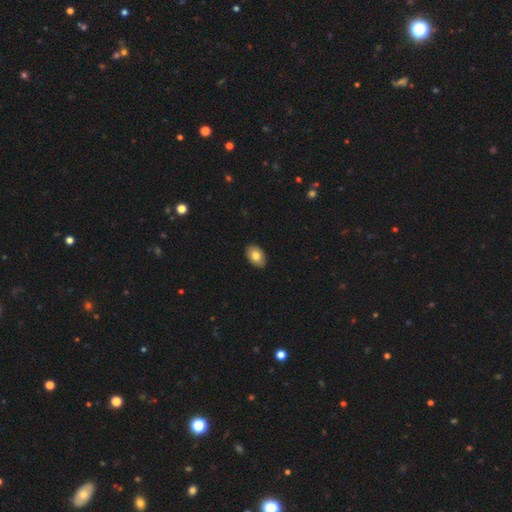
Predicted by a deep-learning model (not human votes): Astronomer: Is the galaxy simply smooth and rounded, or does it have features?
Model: smooth — 80%.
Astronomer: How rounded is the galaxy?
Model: in between — 88%.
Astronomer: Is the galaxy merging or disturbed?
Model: none — 90%.